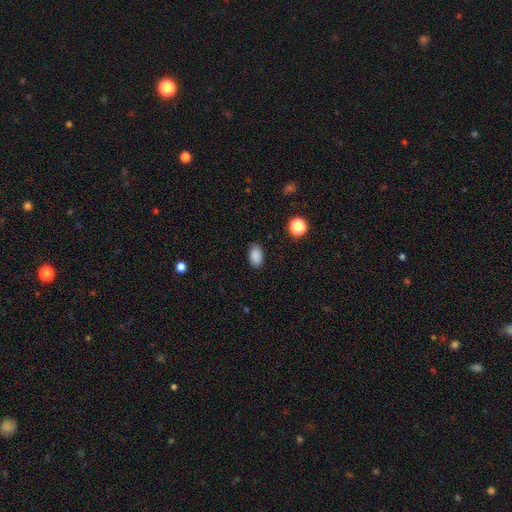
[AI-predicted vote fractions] This is clearly a smooth galaxy (87%). How rounded: clearly in between (87%). Merging: clearly none (84%).